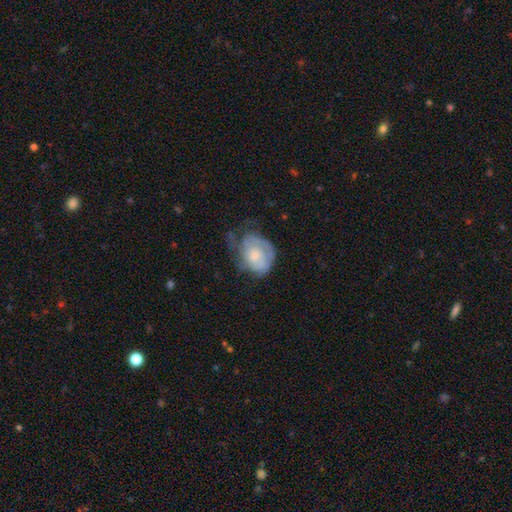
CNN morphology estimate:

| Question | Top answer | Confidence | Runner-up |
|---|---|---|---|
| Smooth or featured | featured or disk | 51% | smooth (42%) |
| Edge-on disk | no | 97% | yes (3%) |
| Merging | none | 38% | minor disturbance (33%) |